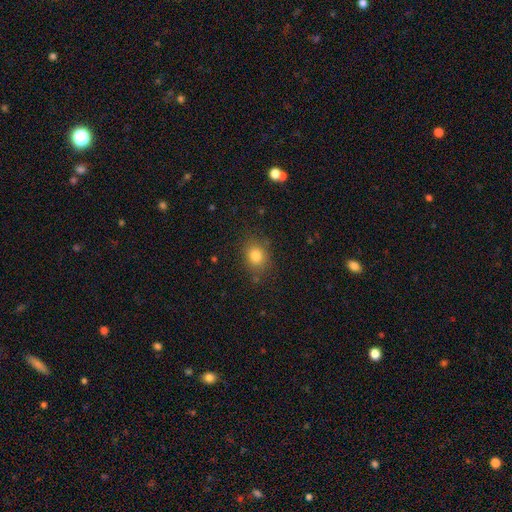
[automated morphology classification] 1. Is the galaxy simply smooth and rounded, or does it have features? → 82% smooth, 11% star or artifact, 7% featured or disk.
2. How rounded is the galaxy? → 57% round, 42% in between, 1% cigar-shaped.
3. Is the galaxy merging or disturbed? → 79% none, 14% minor disturbance, 4% major disturbance, 2% merger.